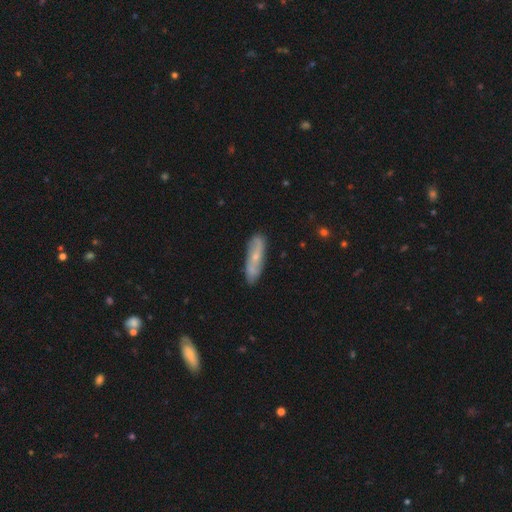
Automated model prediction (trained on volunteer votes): smooth-or-featured: featured or disk: 54% | smooth: 39% | star or artifact: 6%
  disk-edge-on: no: 73% | yes: 27%
  merging: none: 77% | minor disturbance: 17% | major disturbance: 3% | merger: 2%